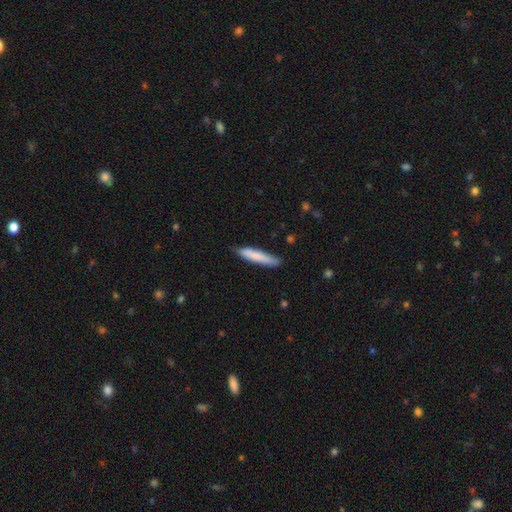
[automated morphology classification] Smooth or featured?
  - smooth: 78% *
  - featured or disk: 16%
  - star or artifact: 6%
How rounded?
  - cigar-shaped: 89% *
  - in between: 10%
  - round: 1%
Merging?
  - none: 81% *
  - minor disturbance: 15%
  - major disturbance: 2%
  - merger: 1%